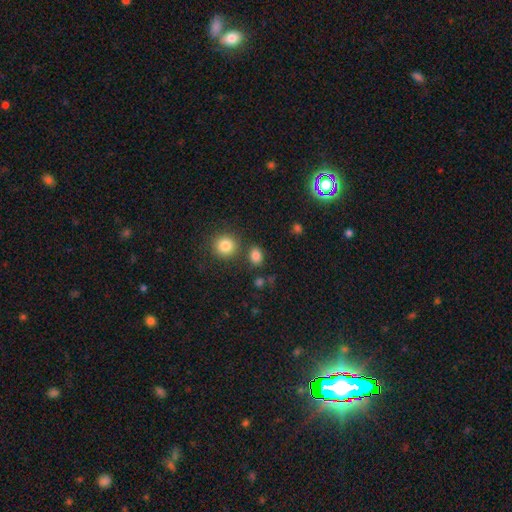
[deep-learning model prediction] The model was most divided on "how rounded": in between: 54%, round: 45%, cigar-shaped: 1%. More confident: smooth or featured — smooth (83%); merging — none (76%).